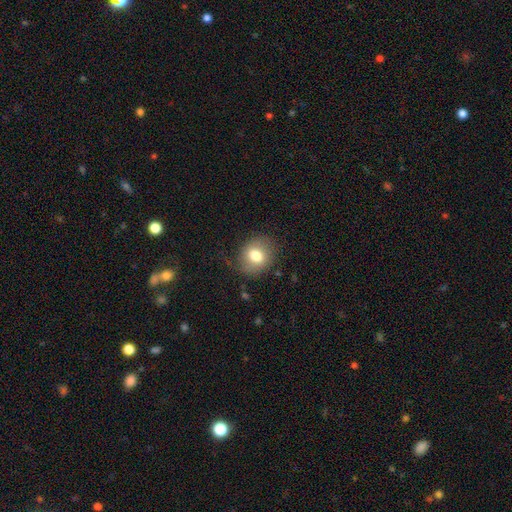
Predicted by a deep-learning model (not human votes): Morphology: type=smooth (75%); roundness=round (64%); merging=none (77%).